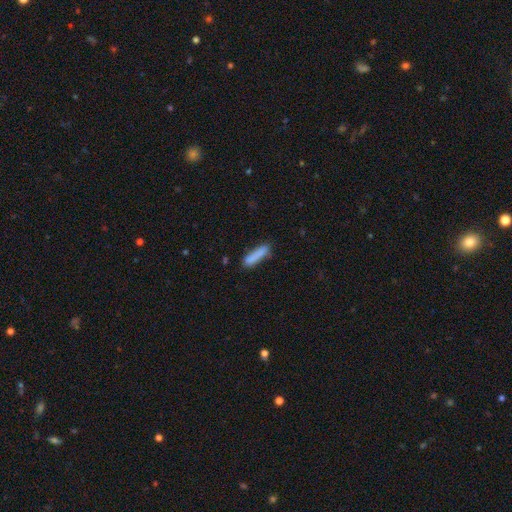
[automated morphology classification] This appears to be a smooth galaxy with no disk features (83%) that is cigar-shaped (82%). Merging: none (77%).